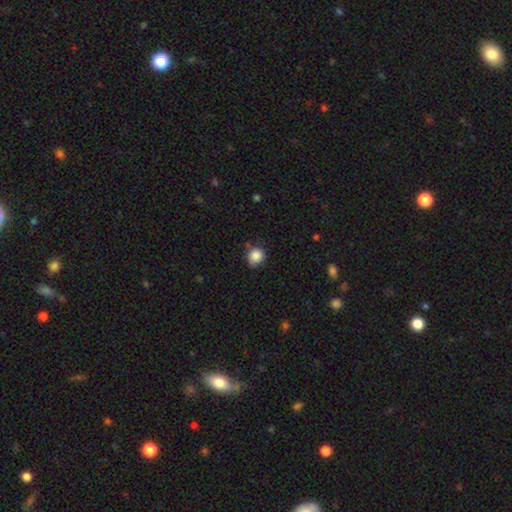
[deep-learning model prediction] Q: Smooth or featured?
A: smooth (87%); runner-up: star or artifact (10%)
Q: How rounded?
A: round (83%); runner-up: in between (16%)
Q: Merging?
A: none (72%); runner-up: minor disturbance (21%)